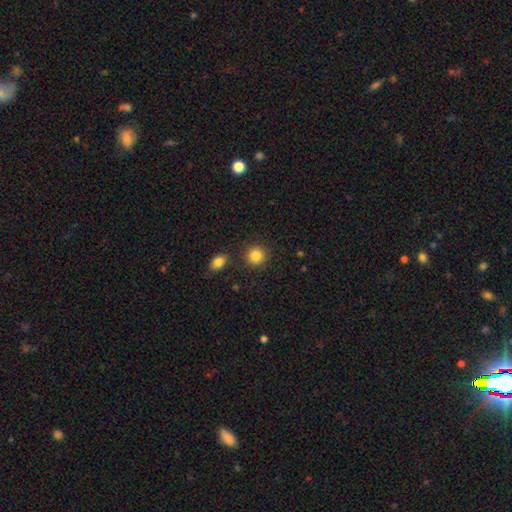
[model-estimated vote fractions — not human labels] Morphology: type=smooth (86%); roundness=round (89%); merging=none (86%).